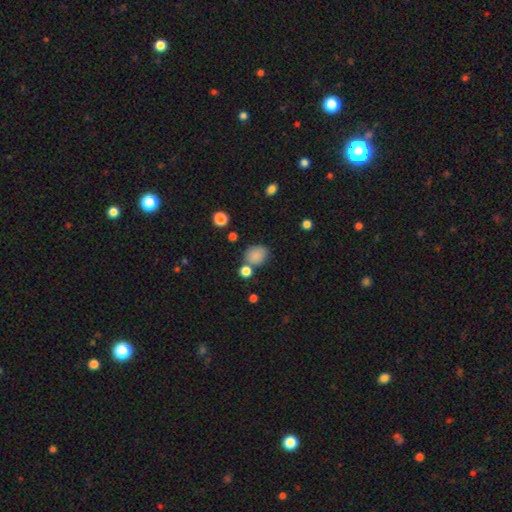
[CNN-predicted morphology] This appears to be a smooth galaxy with no disk features (84%) that is round (61%). Merging: none (67%).